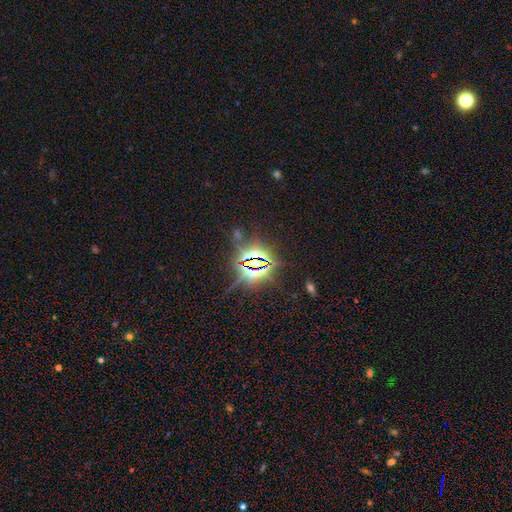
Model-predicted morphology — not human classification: Smooth or featured? Predicted: star or artifact (p=0.85).